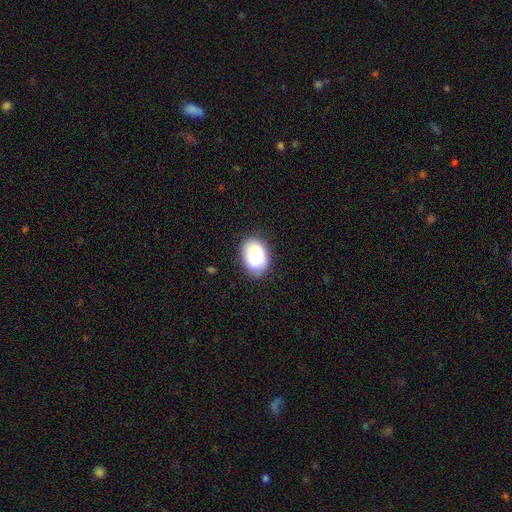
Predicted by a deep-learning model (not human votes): Morphology: type=smooth (83%); roundness=in between (88%); merging=none (84%).